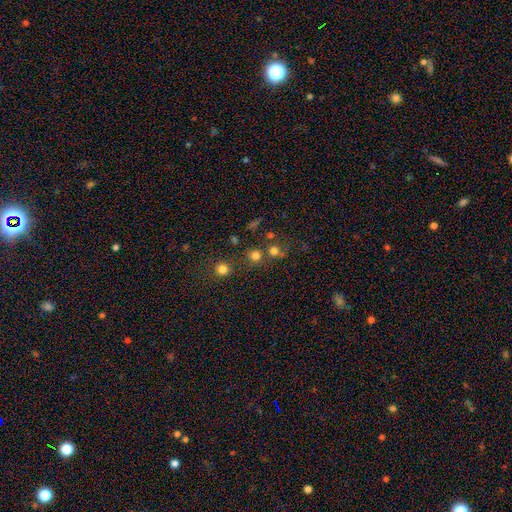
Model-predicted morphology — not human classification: smooth 74%, star or artifact 19%, featured or disk 7%. Down the decision tree: how rounded — round (89%); merging — none (66%).